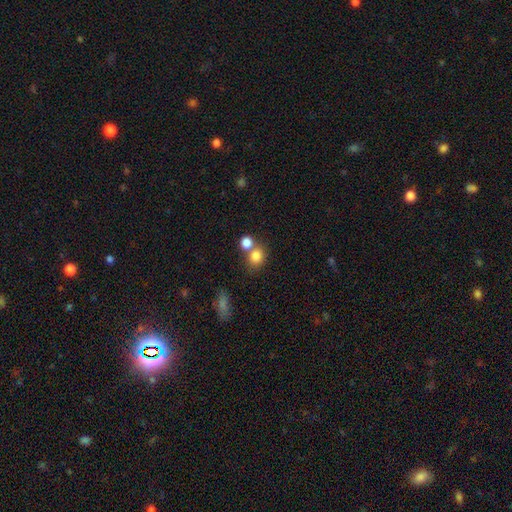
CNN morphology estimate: smooth-or-featured: smooth: 81% | star or artifact: 11% | featured or disk: 7%
  how-rounded: round: 72% | in between: 27% | cigar-shaped: 1%
  merging: none: 50% | merger: 37% | minor disturbance: 9% | major disturbance: 4%